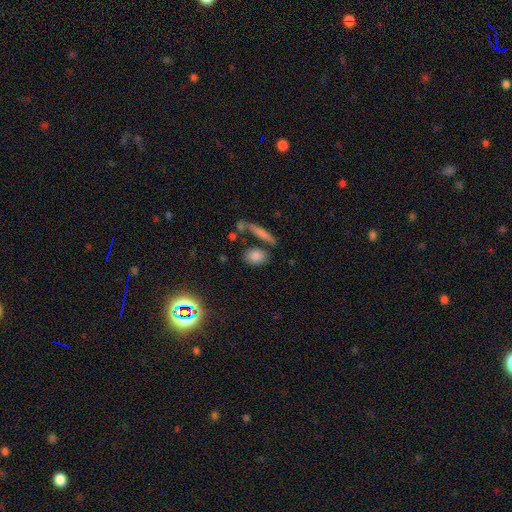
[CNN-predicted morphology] Overall: smooth (82%). How rounded: in between (70%). Merging: none (69%).